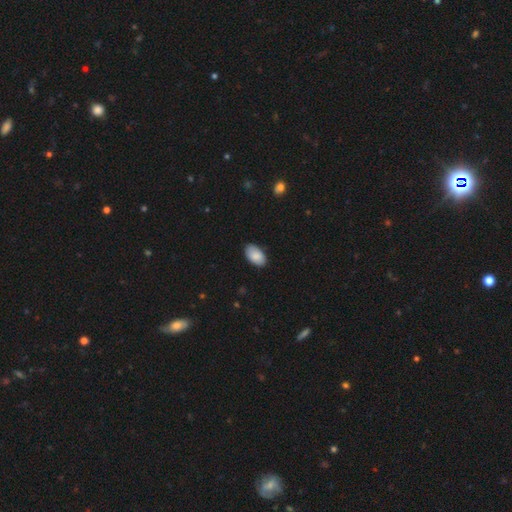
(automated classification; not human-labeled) smooth-or-featured: smooth: 87% | featured or disk: 6% | star or artifact: 6%
  how-rounded: in between: 95% | round: 4% | cigar-shaped: 1%
  merging: none: 84% | minor disturbance: 13% | major disturbance: 2% | merger: 1%